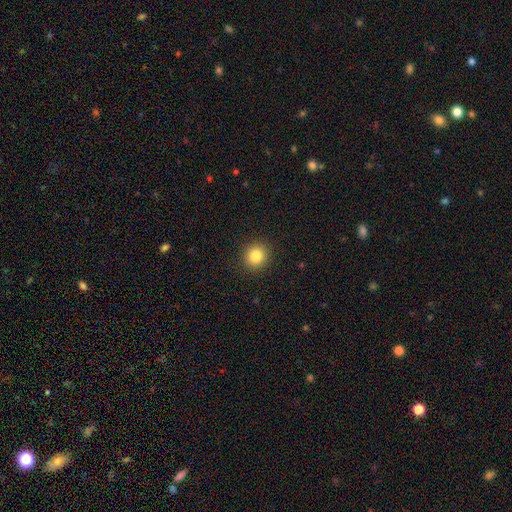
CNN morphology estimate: smooth_or_featured: smooth (p=0.84) [alt: star or artifact p=0.11]
how_rounded: round (p=0.89) [alt: in between p=0.10]
merging: none (p=0.91) [alt: minor disturbance p=0.06]